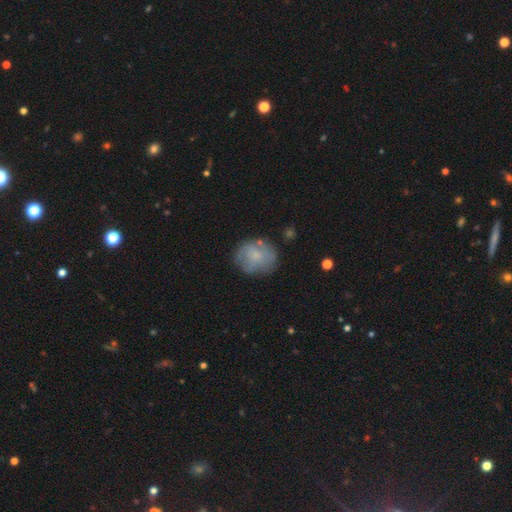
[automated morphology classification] Q: Smooth or featured?
A: smooth (58%); runner-up: featured or disk (34%)
Q: How rounded?
A: round (67%); runner-up: in between (32%)
Q: Merging?
A: none (67%); runner-up: minor disturbance (22%)